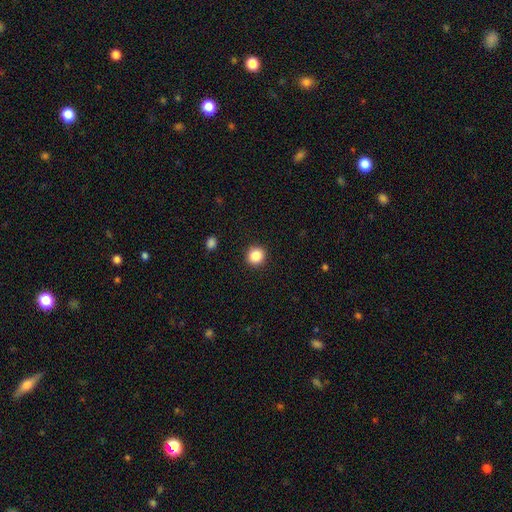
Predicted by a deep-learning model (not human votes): A smooth galaxy with no disk features (87%) that is round (92%). Merging: none (92%).